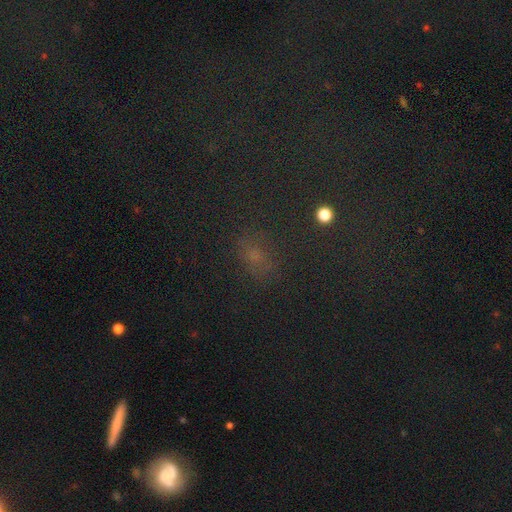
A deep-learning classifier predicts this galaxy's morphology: Smooth or featured? smooth (47%)
Merging? none (75%)